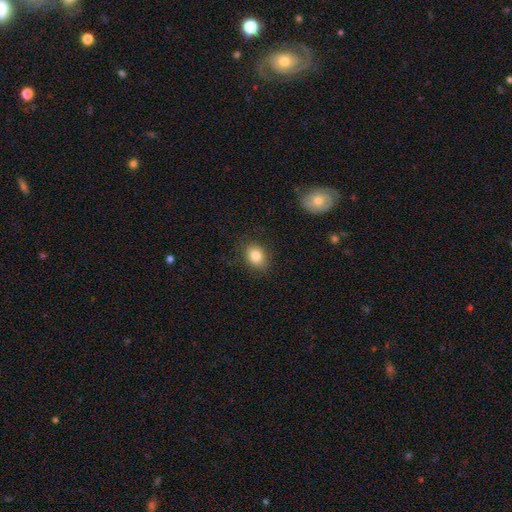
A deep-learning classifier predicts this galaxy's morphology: Smooth or featured?
  - smooth: 83% *
  - star or artifact: 9%
  - featured or disk: 8%
How rounded?
  - in between: 70% *
  - round: 29%
  - cigar-shaped: 1%
Merging?
  - none: 84% *
  - minor disturbance: 12%
  - major disturbance: 3%
  - merger: 1%